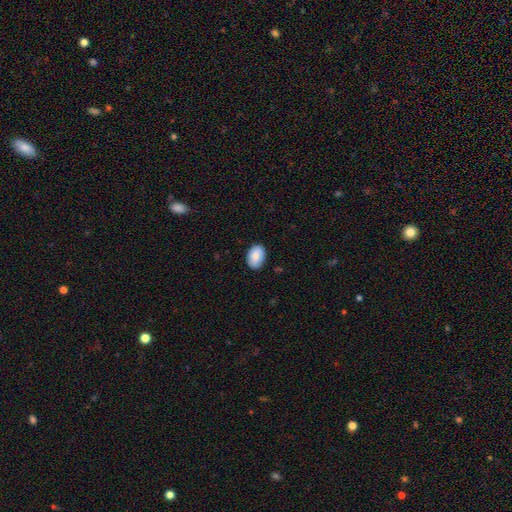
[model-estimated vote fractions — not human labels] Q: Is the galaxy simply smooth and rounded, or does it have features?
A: smooth — 81%.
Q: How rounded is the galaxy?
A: in between — 84%.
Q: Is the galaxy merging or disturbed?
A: none — 85%.